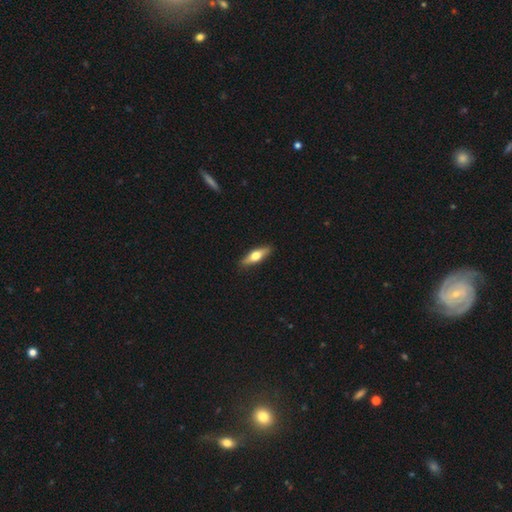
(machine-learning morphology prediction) Q: Smooth or featured?
A: smooth (49%); runner-up: featured or disk (45%)
Q: Merging?
A: none (90%); runner-up: minor disturbance (8%)